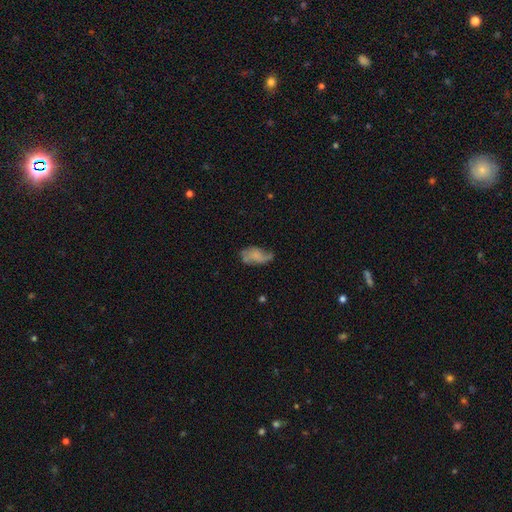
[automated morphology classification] Overall: featured or disk (47%; smooth 44%). Merging: none (39%; minor disturbance 31%).